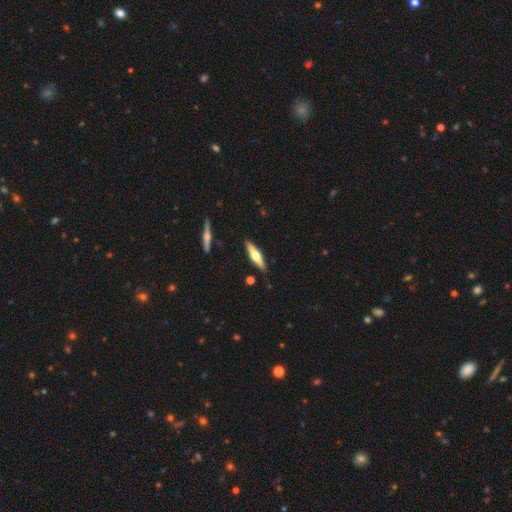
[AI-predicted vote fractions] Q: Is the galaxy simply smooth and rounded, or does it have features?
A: featured or disk — 53%.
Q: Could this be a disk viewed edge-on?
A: yes — 94%.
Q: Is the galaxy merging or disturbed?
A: none — 88%.